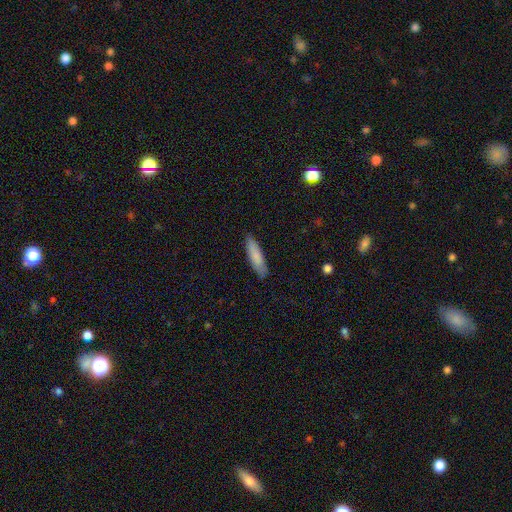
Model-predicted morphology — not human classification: smooth 84%, featured or disk 10%, star or artifact 6%. Down the decision tree: how rounded — cigar-shaped (67%); merging — none (87%).